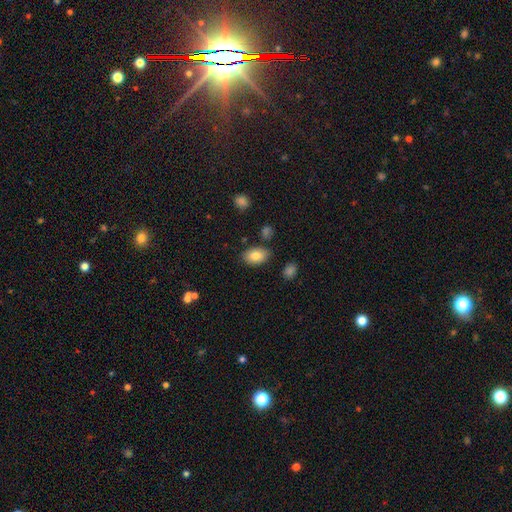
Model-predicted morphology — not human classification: Smooth or featured: smooth — 82% (featured or disk — 10%)
How rounded: in between — 90% (round — 9%)
Merging: none — 81% (minor disturbance — 13%)